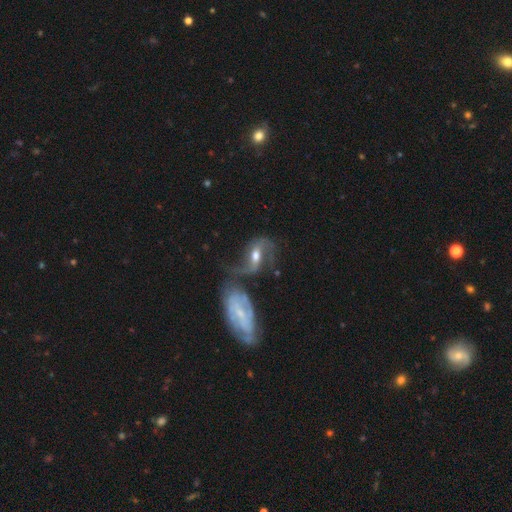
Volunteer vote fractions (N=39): Q: Smooth or featured?
A: featured or disk (87%); runner-up: smooth (13%)
Q: Edge-on disk?
A: no (94%); runner-up: yes (6%)
Q: Bar?
A: weak (50%); runner-up: strong (31%)
Q: Spiral arms?
A: yes (97%); runner-up: no (3%)
Q: Spiral winding?
A: loose (74%); runner-up: medium (19%)
Q: Spiral arm count?
A: 2 (90%); runner-up: 1 (6%)
Q: Bulge size?
A: moderate (78%); runner-up: large (16%)
Q: Merging?
A: major disturbance (36%); tied with: merger (36%)